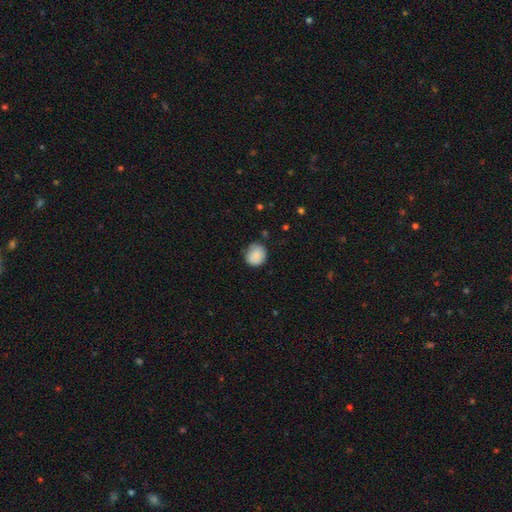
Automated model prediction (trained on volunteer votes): Smooth or featured?
  - smooth: 86% *
  - star or artifact: 8%
  - featured or disk: 7%
How rounded?
  - round: 82% *
  - in between: 18%
  - cigar-shaped: 1%
Merging?
  - none: 72% *
  - minor disturbance: 23%
  - major disturbance: 4%
  - merger: 2%